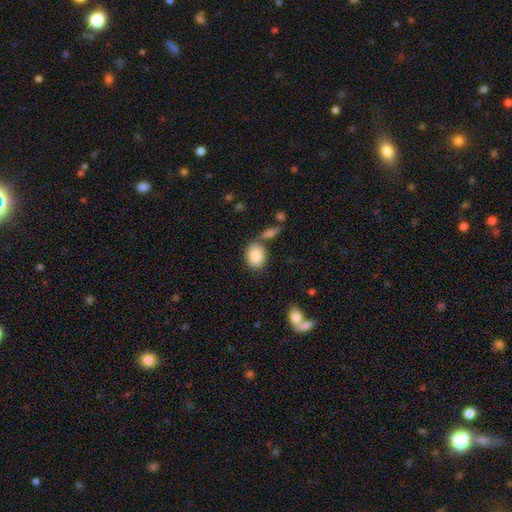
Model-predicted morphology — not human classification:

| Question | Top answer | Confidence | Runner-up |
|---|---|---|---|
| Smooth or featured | smooth | 87% | star or artifact (7%) |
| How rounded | in between | 69% | round (30%) |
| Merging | none | 67% | merger (15%) |